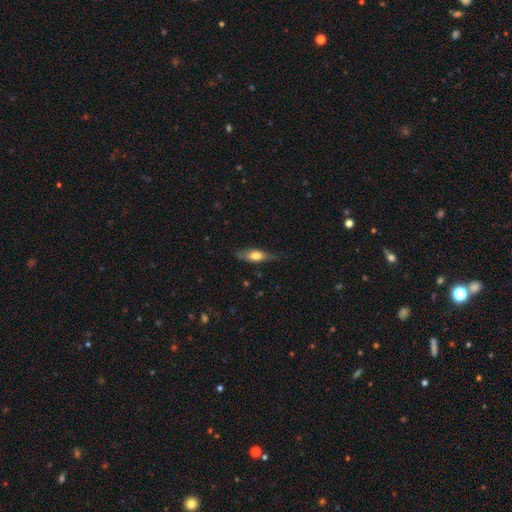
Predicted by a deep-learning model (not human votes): The model was most divided on "how rounded": in between: 55%, cigar-shaped: 42%, round: 3%. More confident: merging — none (75%); smooth or featured — smooth (61%).